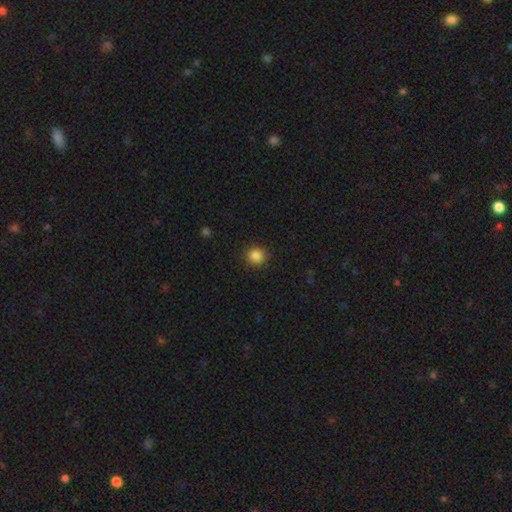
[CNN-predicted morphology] Smooth or featured? smooth (85%)
How rounded? round (92%)
Merging? none (90%)